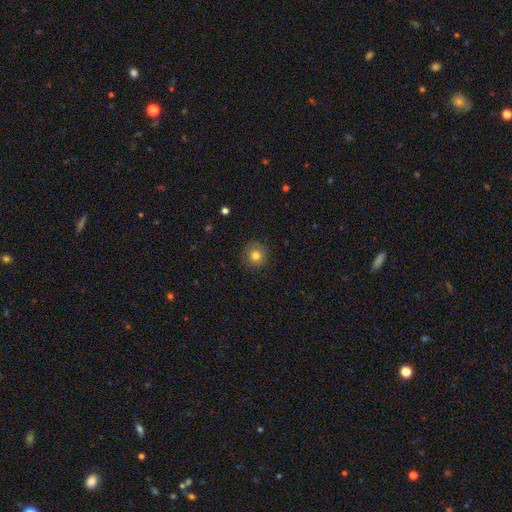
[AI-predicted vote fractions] smooth 77%, star or artifact 12%, featured or disk 11%. Down the decision tree: how rounded — round (93%); merging — none (85%).